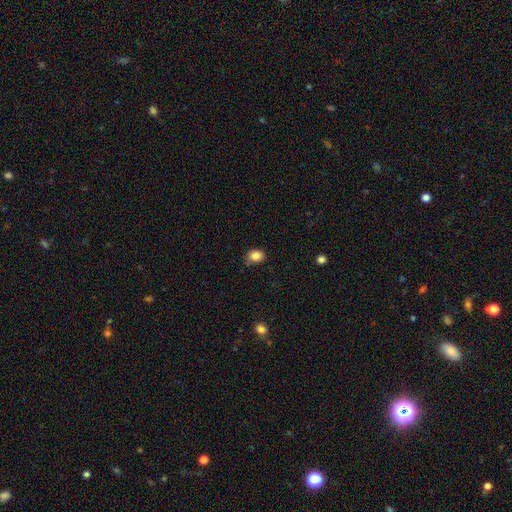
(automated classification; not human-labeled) This is clearly a smooth galaxy (85%). How rounded: possibly in between (56%). Merging: likely none (73%).